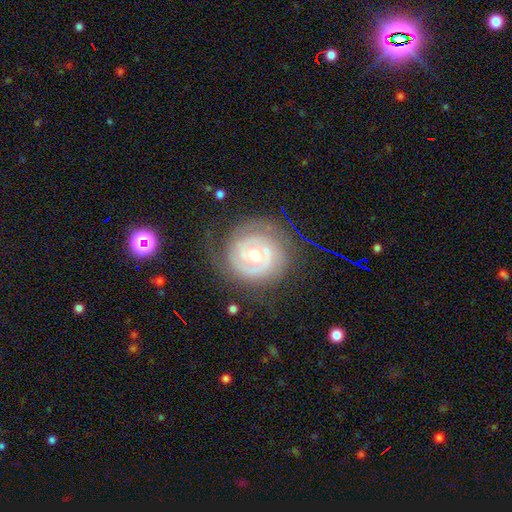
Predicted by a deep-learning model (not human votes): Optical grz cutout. It shows a featured or disk galaxy (84%) with no bar (48%), 2 (51%) tight (75%) spiral arms (92%) and a moderate central bulge (63%). Merging: none (74%).